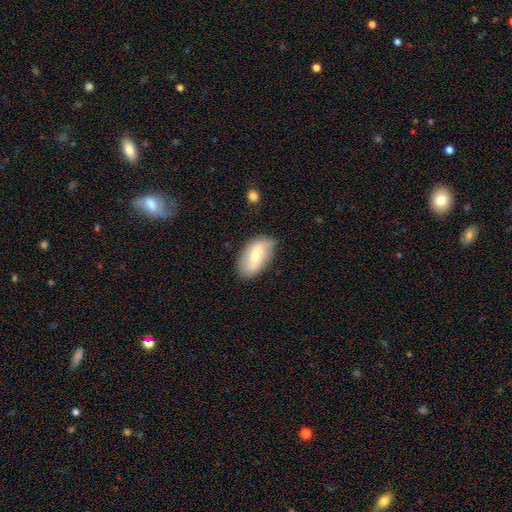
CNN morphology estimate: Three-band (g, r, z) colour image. It shows a smooth galaxy with no disk features (58%) that is in between round and cigar-shaped (93%). Merging: none (68%).